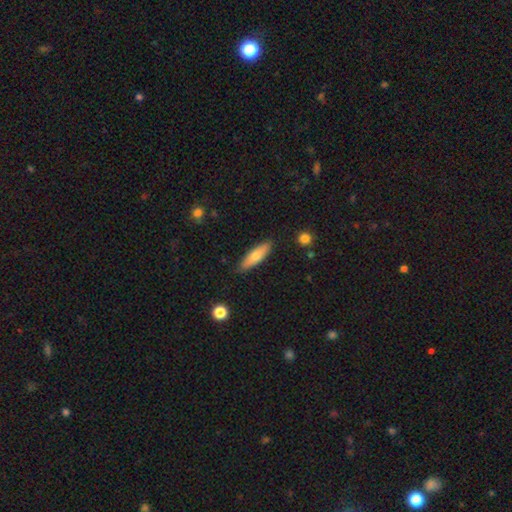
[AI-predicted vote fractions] Smooth or featured? smooth (65%)
How rounded? cigar-shaped (61%)
Merging? none (86%)